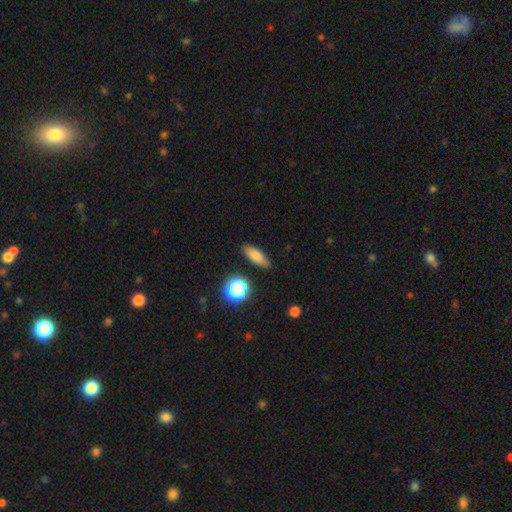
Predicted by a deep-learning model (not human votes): This is likely a smooth galaxy (79%). How rounded: likely in between (62%). Merging: clearly none (85%).